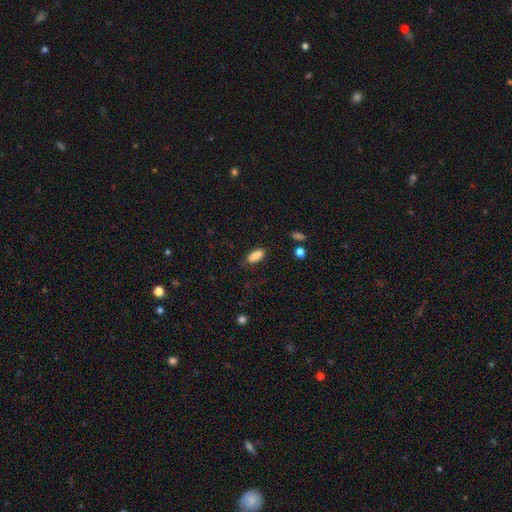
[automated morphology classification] Smooth or featured? Predicted: smooth (p=0.87). How rounded? Predicted: in between (p=0.82). Merging? Predicted: none (p=0.78).